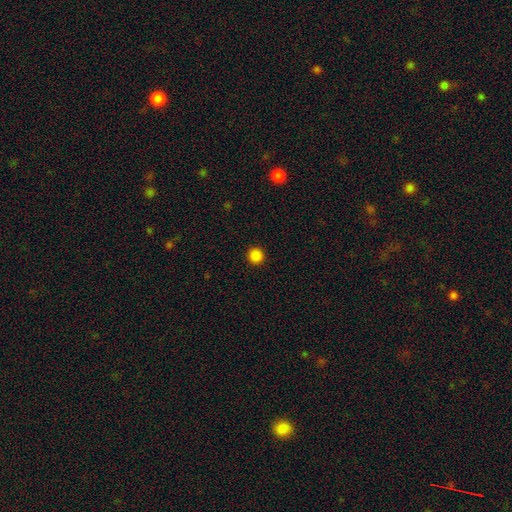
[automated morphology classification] This appears to be a smooth galaxy with no disk features (86%) that is round (95%). Merging: none (93%).